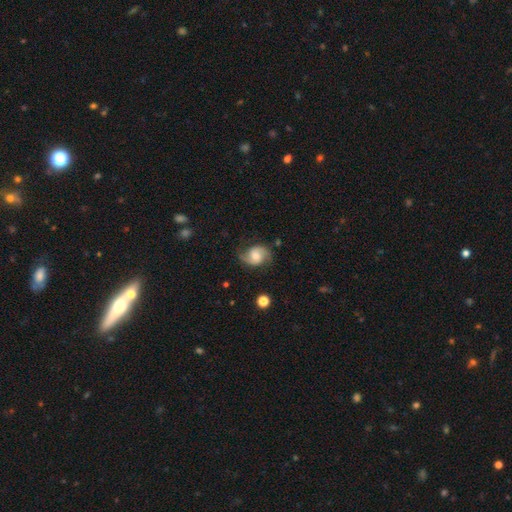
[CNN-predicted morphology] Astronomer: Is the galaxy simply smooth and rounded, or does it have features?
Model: featured or disk — 78%.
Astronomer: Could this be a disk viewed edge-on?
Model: no — 98%.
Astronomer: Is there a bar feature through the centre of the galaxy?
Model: no — 52% (runner-up: weak, 40%).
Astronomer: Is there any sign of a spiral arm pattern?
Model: yes — 96%.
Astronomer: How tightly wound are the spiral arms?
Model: medium — 49% (runner-up: loose, 32%).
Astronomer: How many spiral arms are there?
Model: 2 — 91%.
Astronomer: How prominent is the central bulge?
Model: moderate — 47% (runner-up: small, 32%).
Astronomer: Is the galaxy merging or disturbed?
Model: none — 74%.